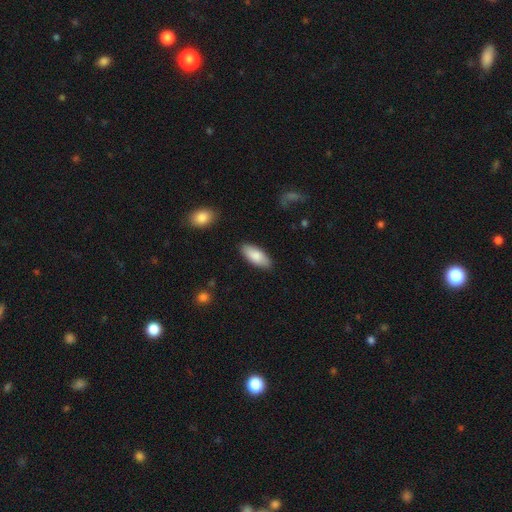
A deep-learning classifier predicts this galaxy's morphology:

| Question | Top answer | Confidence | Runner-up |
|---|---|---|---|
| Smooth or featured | smooth | 85% | featured or disk (9%) |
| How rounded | in between | 83% | cigar-shaped (16%) |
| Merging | none | 88% | minor disturbance (9%) |